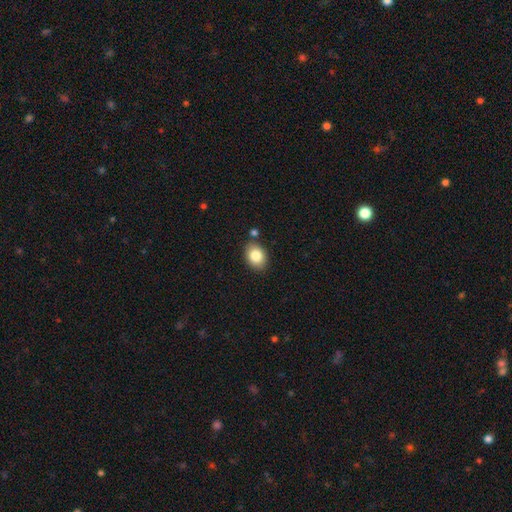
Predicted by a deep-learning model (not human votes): A smooth galaxy with no disk features (84%) that is in between round and cigar-shaped (68%). Merging: none (81%).